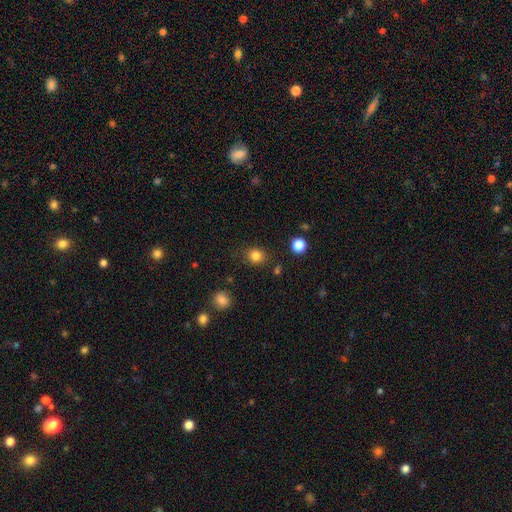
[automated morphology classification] The model was most divided on "how rounded": round: 80%, in between: 19%, cigar-shaped: 1%. More confident: smooth or featured — smooth (83%); merging — none (81%).